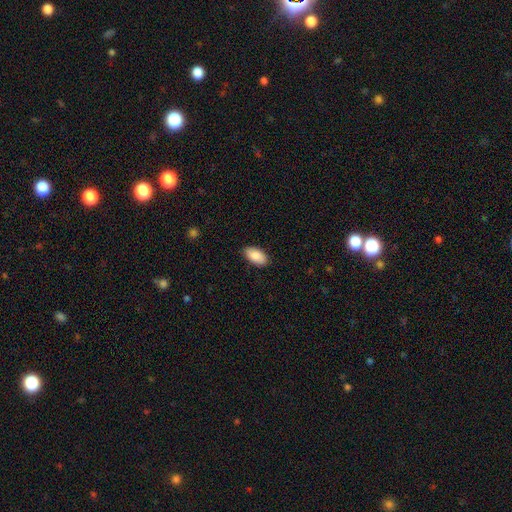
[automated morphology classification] Smooth or featured? Predicted: smooth (p=0.87). How rounded? Predicted: in between (p=0.94). Merging? Predicted: none (p=0.87).